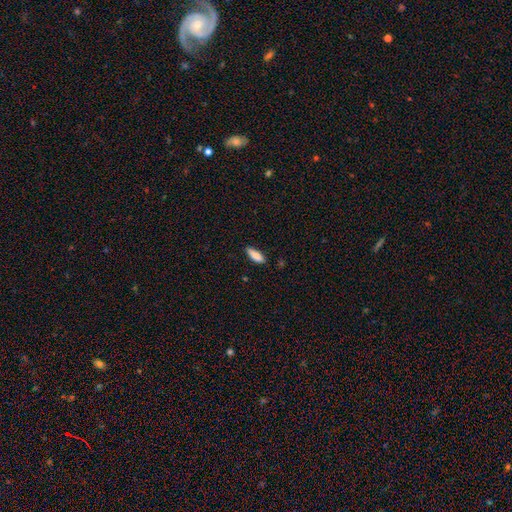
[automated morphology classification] Overall: smooth (85%). How rounded: in between (62%; cigar-shaped 36%). Merging: none (82%).